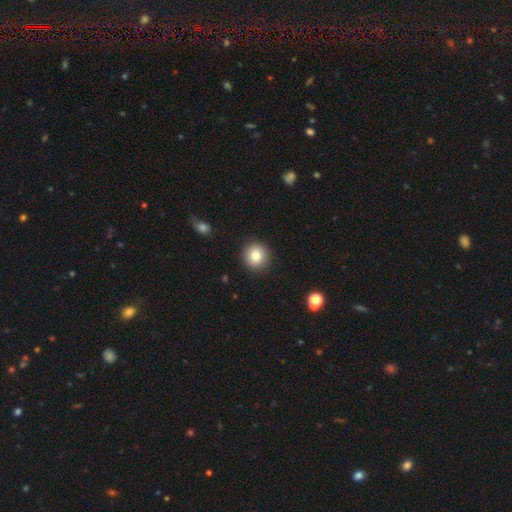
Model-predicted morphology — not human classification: A smooth galaxy with no disk features (80%) that is round (91%).

Vote fractions:
- Smooth or featured? smooth: 80% / star or artifact: 10% / featured or disk: 10%
- How rounded? round: 91% / in between: 8% / cigar-shaped: 1%
- Merging? none: 91% / minor disturbance: 6% / major disturbance: 2% / merger: 1%